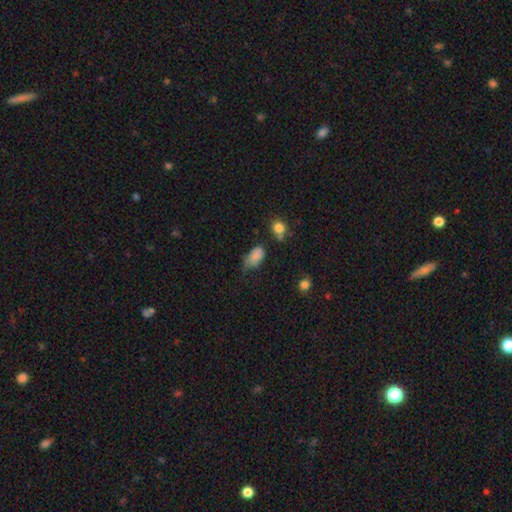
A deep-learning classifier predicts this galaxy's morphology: Smooth or featured?
  - smooth: 80% *
  - star or artifact: 11%
  - featured or disk: 9%
How rounded?
  - in between: 89% *
  - round: 9%
  - cigar-shaped: 3%
Merging?
  - minor disturbance: 41% *
  - none: 37%
  - major disturbance: 17%
  - merger: 5%